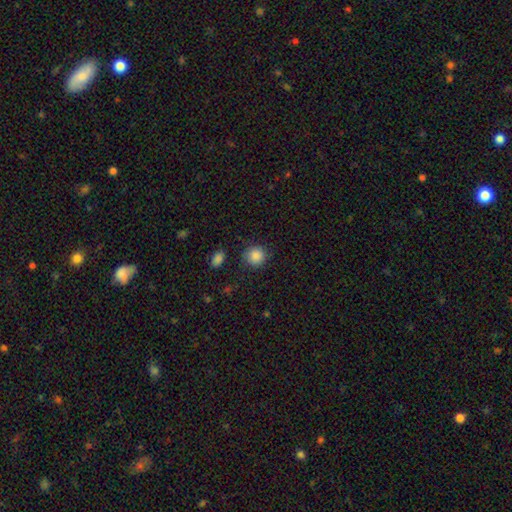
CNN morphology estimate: Smooth or featured? smooth (87%)
How rounded? round (91%)
Merging? none (85%)